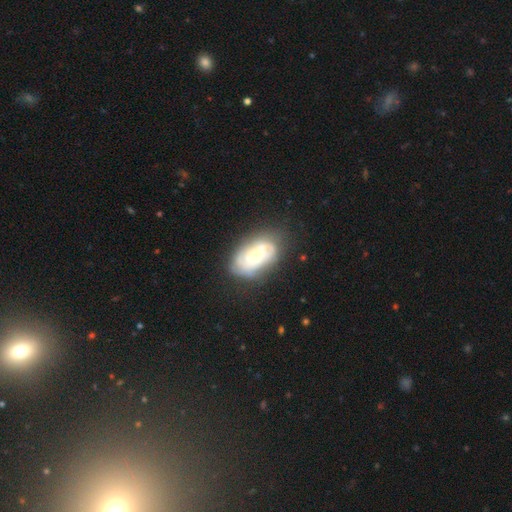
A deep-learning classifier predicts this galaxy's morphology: smooth_or_featured: featured or disk (p=0.65) [alt: smooth p=0.28]
disk_edge_on: no (p=0.95) [alt: yes p=0.05]
bar: no (p=0.82) [alt: weak p=0.14]
has_spiral_arms: yes (p=0.71) [alt: no p=0.29]
bulge_size: small (p=0.57) [alt: moderate p=0.36]
merging: none (p=0.68) [alt: minor disturbance p=0.21]